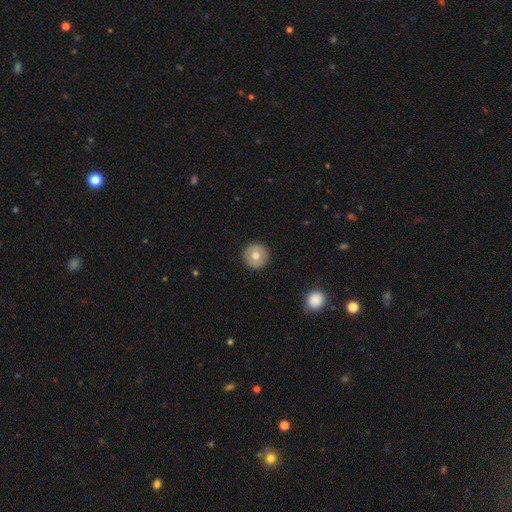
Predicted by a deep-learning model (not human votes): Smooth or featured?
  - smooth: 74% *
  - featured or disk: 18%
  - star or artifact: 8%
How rounded?
  - round: 96% *
  - in between: 3%
  - cigar-shaped: 1%
Merging?
  - none: 93% *
  - minor disturbance: 5%
  - major disturbance: 1%
  - merger: 1%